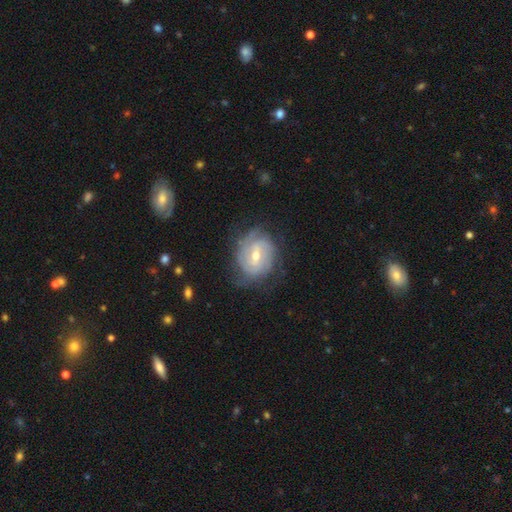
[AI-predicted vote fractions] Smooth or featured? featured or disk (81%)
Edge-on disk? no (97%)
Bar? weak (54%)
Spiral arms? yes (93%)
Spiral winding? tight (62%)
Spiral arm count? can't tell (34%)
Bulge size? moderate (52%)
Merging? none (71%)